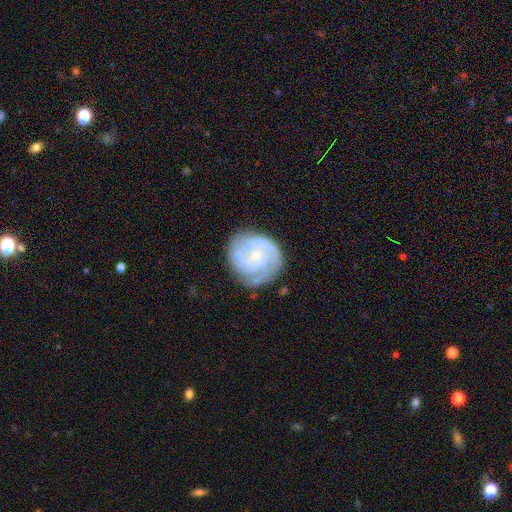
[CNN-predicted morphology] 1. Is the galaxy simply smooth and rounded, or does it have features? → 81% featured or disk, 13% smooth, 6% star or artifact.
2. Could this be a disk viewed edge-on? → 98% no, 2% yes.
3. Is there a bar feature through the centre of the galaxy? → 76% no, 21% weak, 4% strong.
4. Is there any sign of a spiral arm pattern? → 92% yes, 8% no.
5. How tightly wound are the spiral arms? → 70% tight, 24% medium, 6% loose.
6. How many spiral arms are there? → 30% can't tell, 27% 3, 21% 2, 12% 4, 6% 1, 5% more than 4.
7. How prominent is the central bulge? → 71% small, 25% moderate, 2% none, 1% large, 1% dominant.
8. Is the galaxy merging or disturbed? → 69% none, 20% minor disturbance, 8% major disturbance, 4% merger.